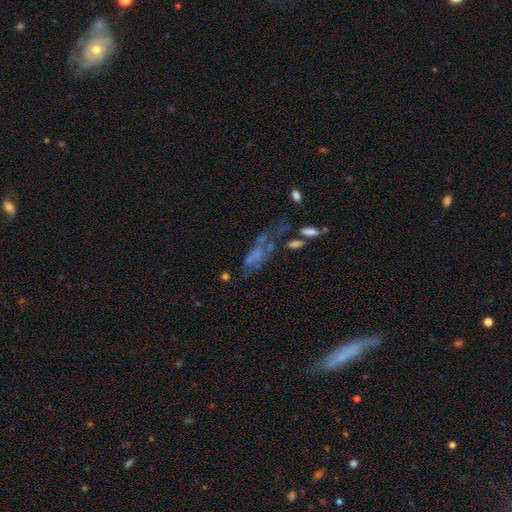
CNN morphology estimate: Smooth or featured? Predicted: featured or disk (p=0.49). Merging? Predicted: major disturbance (p=0.38).